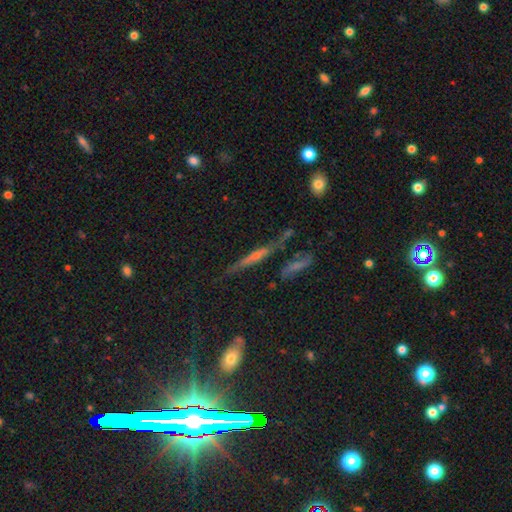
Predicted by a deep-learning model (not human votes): A featured or disk galaxy (57%) viewed edge-on (87%).

Vote fractions:
- Smooth or featured? featured or disk: 57% / smooth: 26% / star or artifact: 17%
- Edge-on disk? yes: 87% / no: 13%
- Merging? none: 67% / minor disturbance: 16% / merger: 9% / major disturbance: 8%